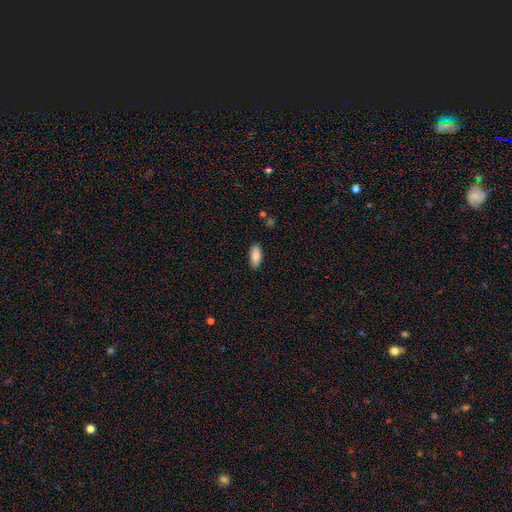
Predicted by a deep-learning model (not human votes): Q: Smooth or featured?
A: smooth (84%); runner-up: featured or disk (10%)
Q: How rounded?
A: in between (86%); runner-up: cigar-shaped (12%)
Q: Merging?
A: none (87%); runner-up: minor disturbance (9%)